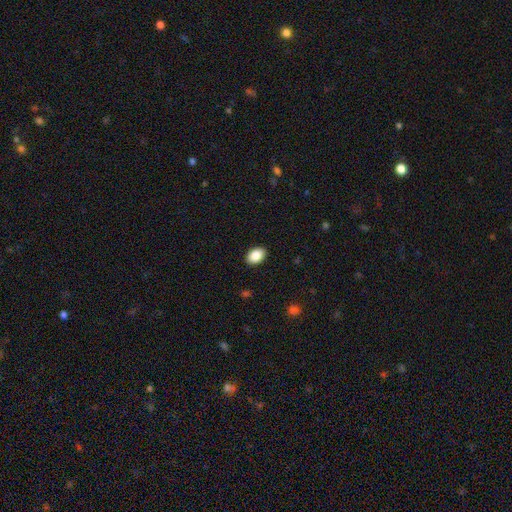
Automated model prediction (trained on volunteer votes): smooth_or_featured: smooth (p=0.89) [alt: star or artifact p=0.07]
how_rounded: in between (p=0.85) [alt: round p=0.14]
merging: none (p=0.90) [alt: minor disturbance p=0.07]